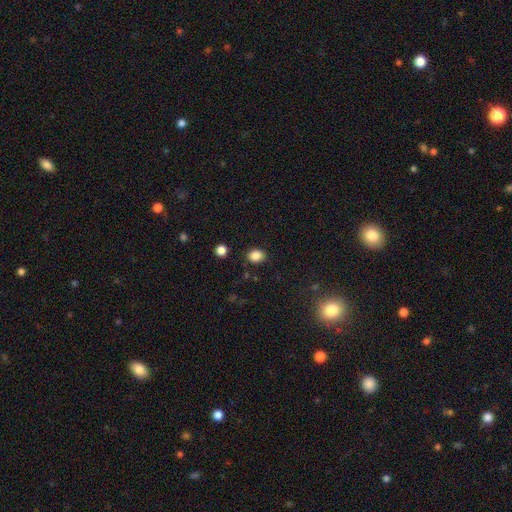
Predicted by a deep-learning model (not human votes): Smooth or featured? smooth (85%)
How rounded? in between (52%)
Merging? none (85%)